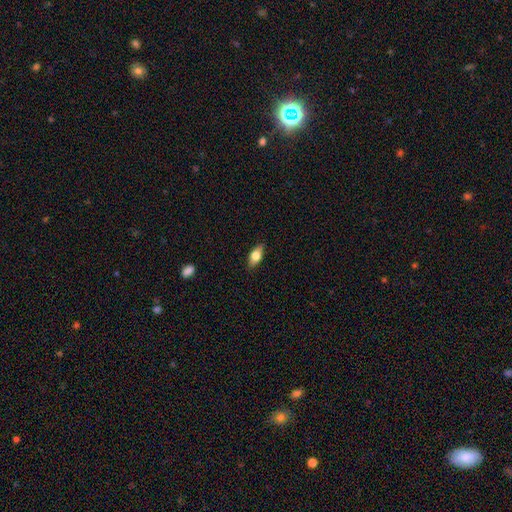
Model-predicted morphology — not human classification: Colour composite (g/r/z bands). It shows a smooth galaxy with no disk features (73%) that is in between round and cigar-shaped (85%). Merging: none (87%).